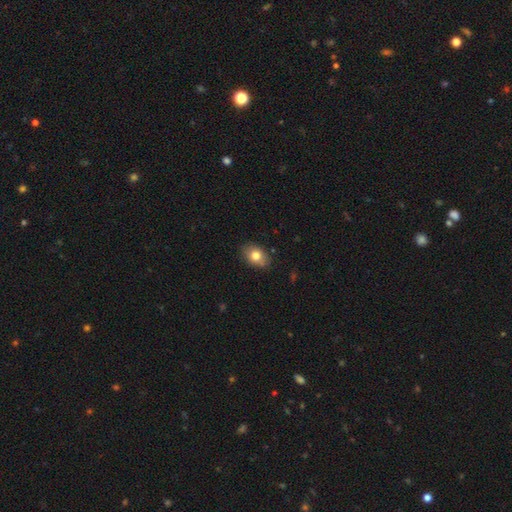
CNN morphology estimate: This is likely a smooth galaxy (79%). How rounded: likely in between (78%). Merging: clearly none (84%).